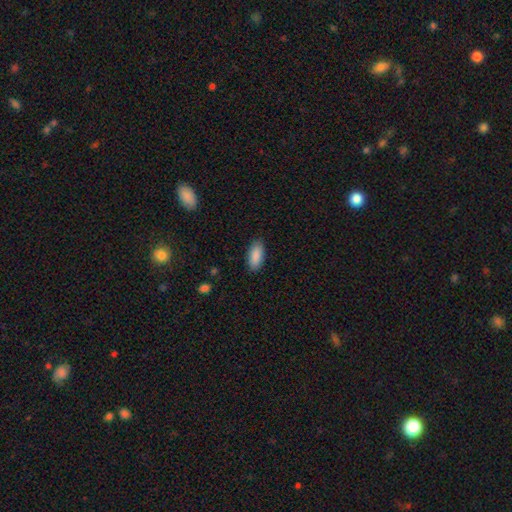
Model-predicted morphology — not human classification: smooth-or-featured: smooth: 90% | star or artifact: 6% | featured or disk: 4%
  how-rounded: in between: 87% | cigar-shaped: 11% | round: 2%
  merging: none: 87% | minor disturbance: 10% | major disturbance: 2% | merger: 1%